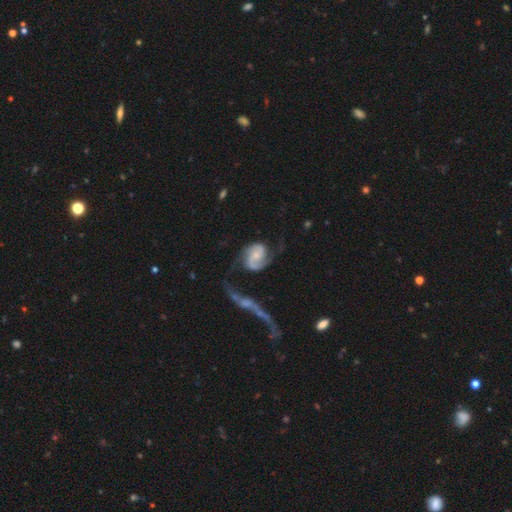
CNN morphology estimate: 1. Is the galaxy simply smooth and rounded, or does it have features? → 86% featured or disk, 9% smooth, 5% star or artifact.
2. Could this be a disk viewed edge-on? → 98% no, 2% yes.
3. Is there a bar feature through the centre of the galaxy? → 52% no, 37% weak, 11% strong.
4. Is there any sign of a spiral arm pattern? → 97% yes, 3% no.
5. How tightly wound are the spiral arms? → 50% medium, 27% loose, 23% tight.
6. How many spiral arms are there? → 91% 2, 3% can't tell, 3% 1, 2% 3, 1% 4, 1% more than 4.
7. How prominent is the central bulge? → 50% small, 27% moderate, 17% none, 4% large, 2% dominant.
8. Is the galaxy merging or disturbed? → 54% none, 19% minor disturbance, 18% major disturbance, 8% merger.